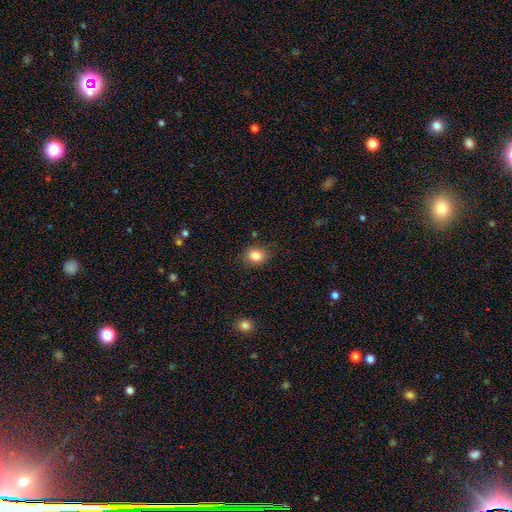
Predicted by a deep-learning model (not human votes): smooth 84%, star or artifact 10%, featured or disk 6%. Down the decision tree: how rounded — round (58%); merging — none (81%).